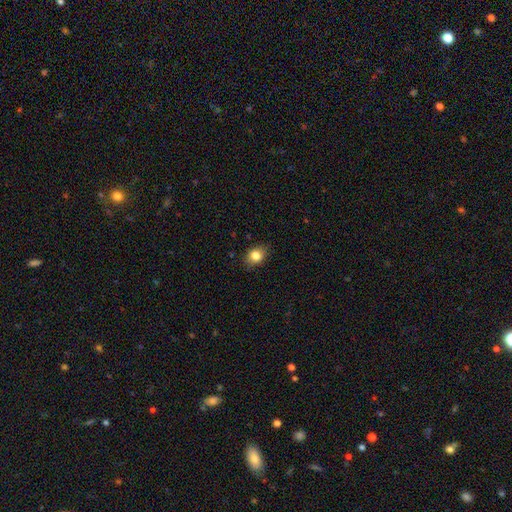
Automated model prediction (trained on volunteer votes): A smooth galaxy with no disk features (82%) that is in between round and cigar-shaped (56%).

Vote fractions:
- Smooth or featured? smooth: 82% / star or artifact: 10% / featured or disk: 8%
- How rounded? in between: 56% / round: 42% / cigar-shaped: 1%
- Merging? none: 81% / minor disturbance: 15% / major disturbance: 3% / merger: 1%